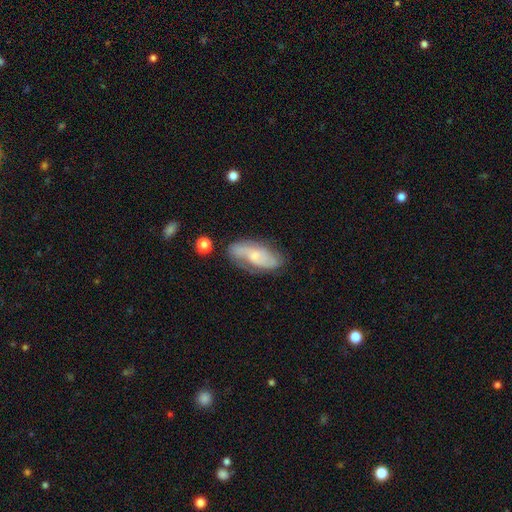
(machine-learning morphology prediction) Smooth or featured? featured or disk (63%)
Edge-on disk? no (91%)
Bar? no (64%)
Spiral arms? yes (85%)
Bulge size? small (59%)
Merging? none (67%)